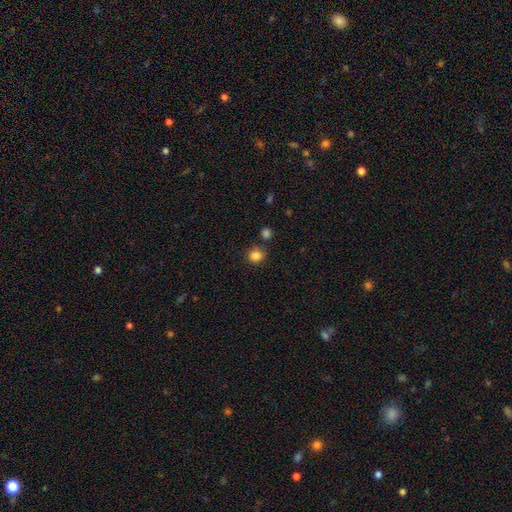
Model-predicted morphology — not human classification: This is clearly a smooth galaxy (85%). How rounded: clearly round (82%). Merging: likely none (76%).